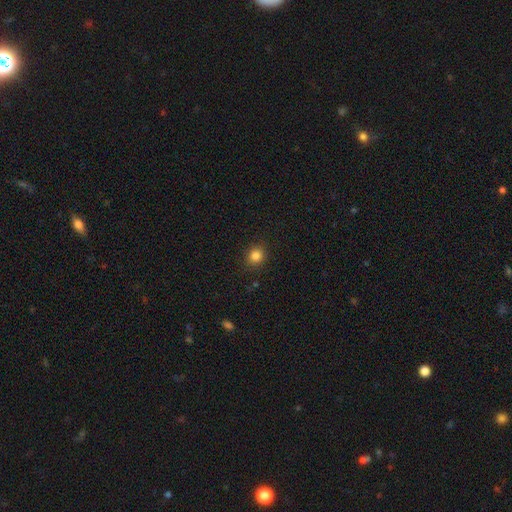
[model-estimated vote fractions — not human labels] smooth 84%, star or artifact 12%, featured or disk 4%. Down the decision tree: how rounded — round (76%); merging — none (88%).